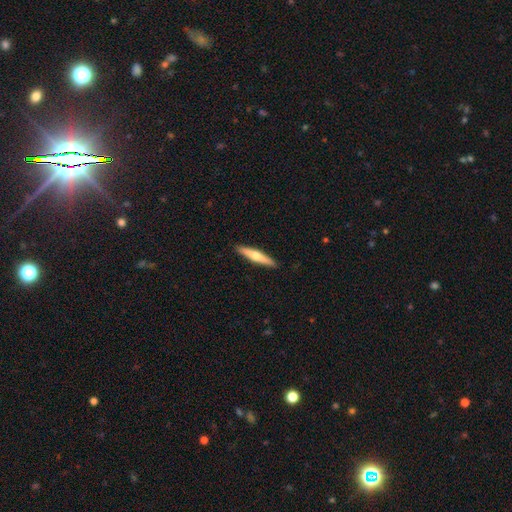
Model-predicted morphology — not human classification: Smooth or featured?
  - smooth: 48% *
  - featured or disk: 47%
  - star or artifact: 5%
Merging?
  - none: 91% *
  - minor disturbance: 6%
  - major disturbance: 1%
  - merger: 1%